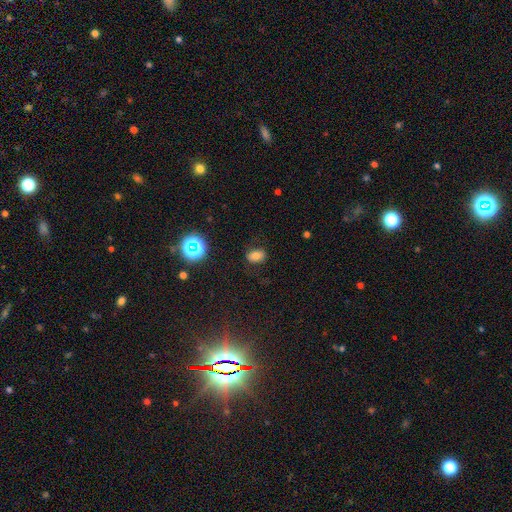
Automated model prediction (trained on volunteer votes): This is likely a smooth galaxy (71%). How rounded: likely in between (80%). Merging: clearly none (81%).